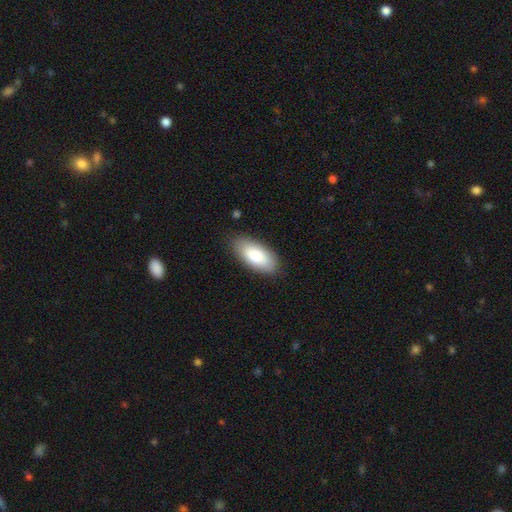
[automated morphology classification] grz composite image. It shows a smooth galaxy with no disk features (84%) that is in between round and cigar-shaped (91%). Merging: none (84%).